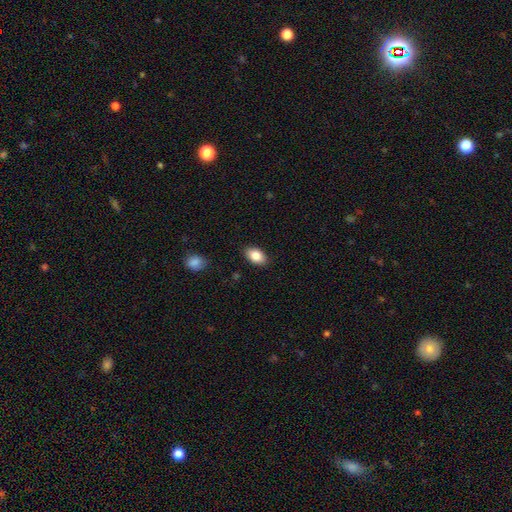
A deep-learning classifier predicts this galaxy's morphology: Smooth or featured? Predicted: smooth (p=0.86). How rounded? Predicted: in between (p=0.91). Merging? Predicted: none (p=0.87).